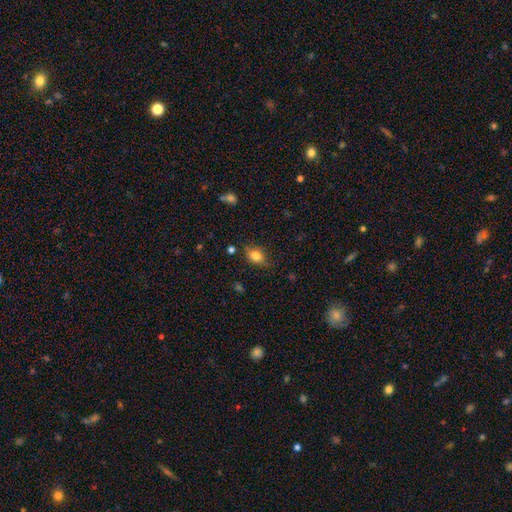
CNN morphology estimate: A smooth galaxy with no disk features (82%) that is in between round and cigar-shaped (69%).

Vote fractions:
- Smooth or featured? smooth: 82% / star or artifact: 10% / featured or disk: 8%
- How rounded? in between: 69% / round: 29% / cigar-shaped: 2%
- Merging? none: 75% / minor disturbance: 19% / major disturbance: 4% / merger: 2%